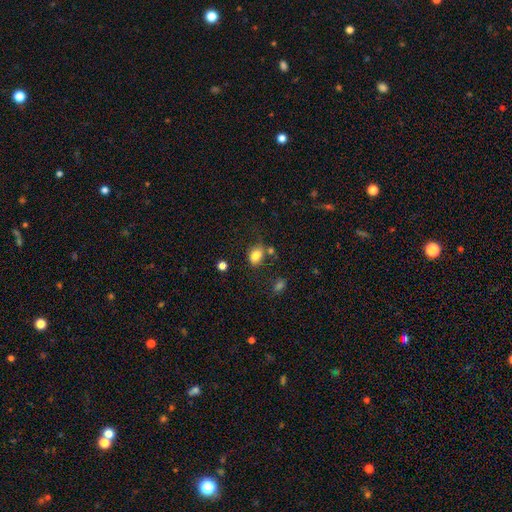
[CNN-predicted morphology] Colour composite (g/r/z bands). It shows a smooth galaxy with no disk features (80%) that is in between round and cigar-shaped (77%). Merging: none (57%).